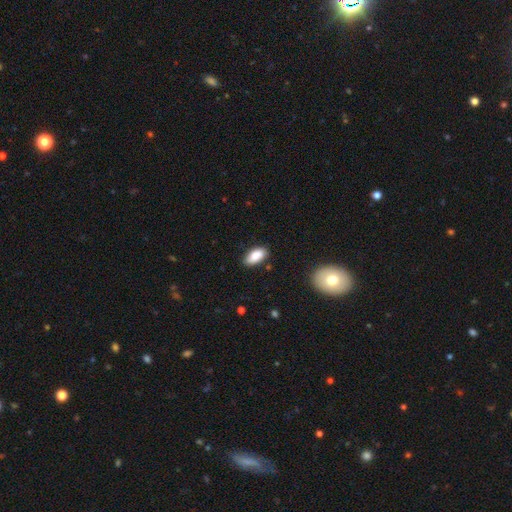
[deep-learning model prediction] Smooth or featured? smooth (85%)
How rounded? in between (91%)
Merging? none (79%)